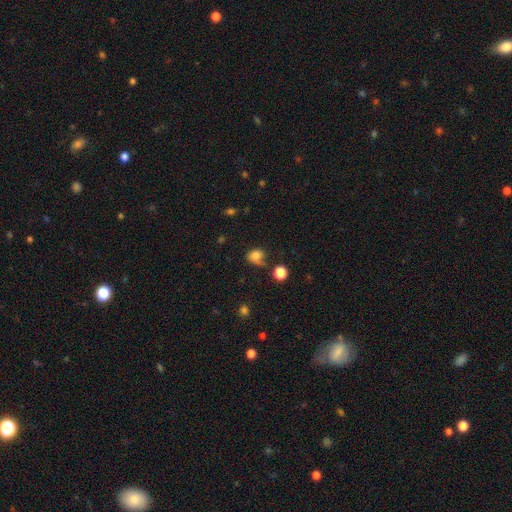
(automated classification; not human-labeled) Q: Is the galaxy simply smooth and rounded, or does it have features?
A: smooth — 78%.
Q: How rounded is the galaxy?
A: round — 59%.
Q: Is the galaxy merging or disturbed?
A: none — 48%.